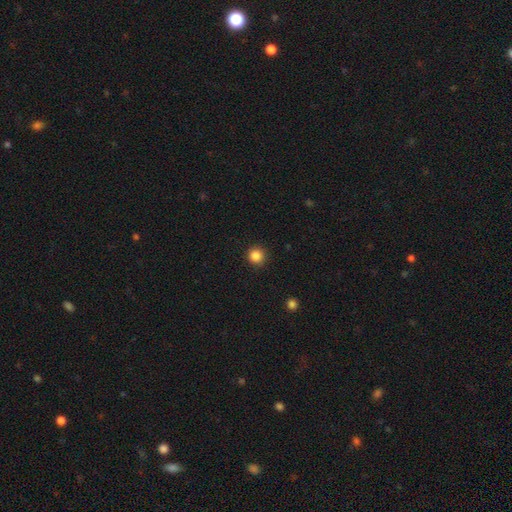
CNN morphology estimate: smooth_or_featured: smooth (p=0.85) [alt: star or artifact p=0.11]
how_rounded: round (p=0.95) [alt: in between p=0.04]
merging: none (p=0.92) [alt: minor disturbance p=0.05]